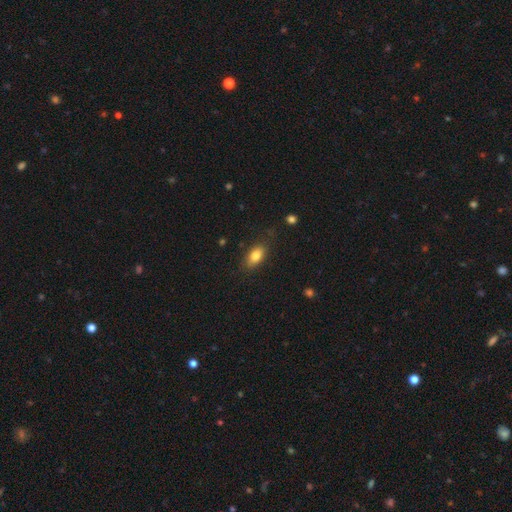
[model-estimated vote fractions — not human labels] A smooth galaxy with no disk features (81%) that is in between round and cigar-shaped (86%). Merging: none (80%).